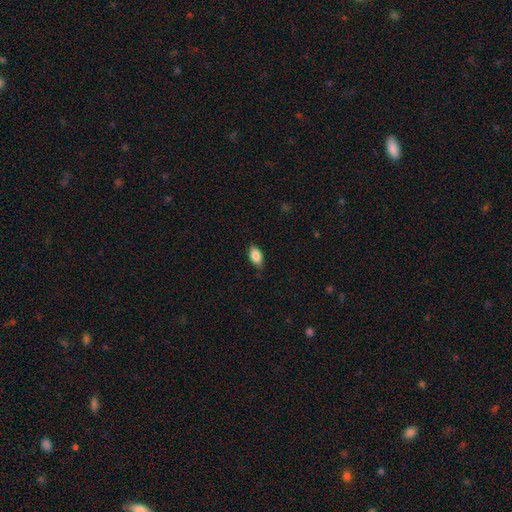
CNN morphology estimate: This is clearly a smooth galaxy (85%). How rounded: clearly in between (91%). Merging: clearly none (81%).